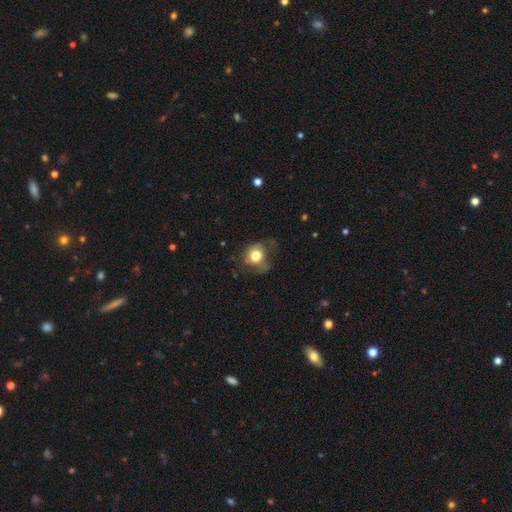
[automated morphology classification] This is likely a smooth galaxy (72%). How rounded: likely round (71%). Merging: possibly none (47%).